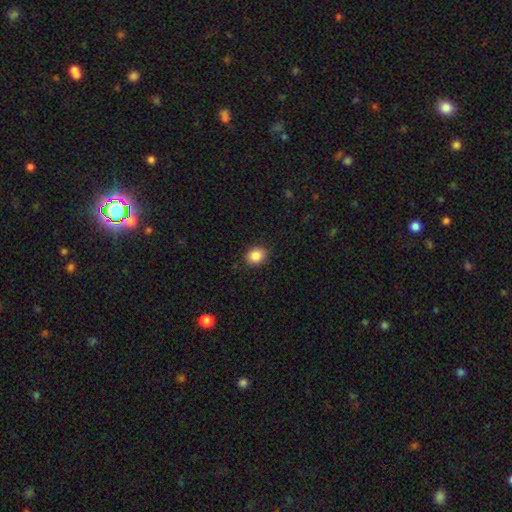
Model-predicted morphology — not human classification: Smooth or featured? smooth (87%)
How rounded? round (52%)
Merging? none (89%)